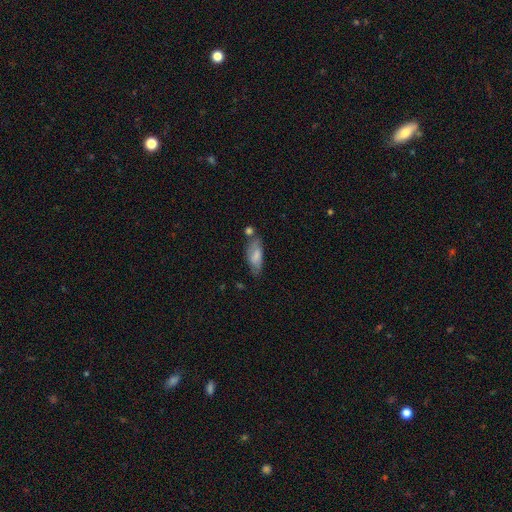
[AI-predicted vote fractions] Smooth or featured: smooth — 74% (featured or disk — 19%)
How rounded: in between — 73% (cigar-shaped — 24%)
Merging: none — 55% (minor disturbance — 24%)